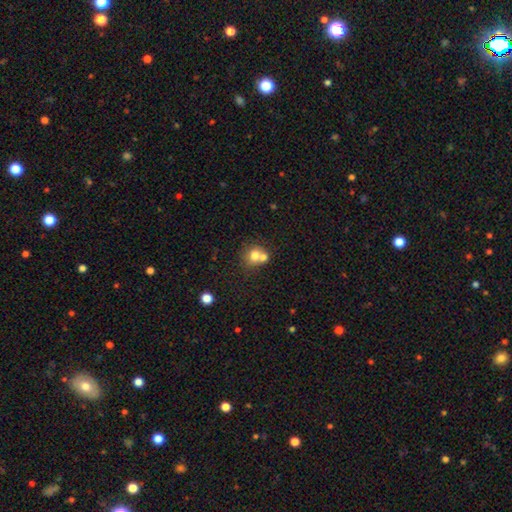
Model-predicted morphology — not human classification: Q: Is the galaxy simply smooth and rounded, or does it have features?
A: smooth — 72%.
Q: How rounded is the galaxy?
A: round — 79%.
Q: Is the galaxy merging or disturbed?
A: merger — 52%.